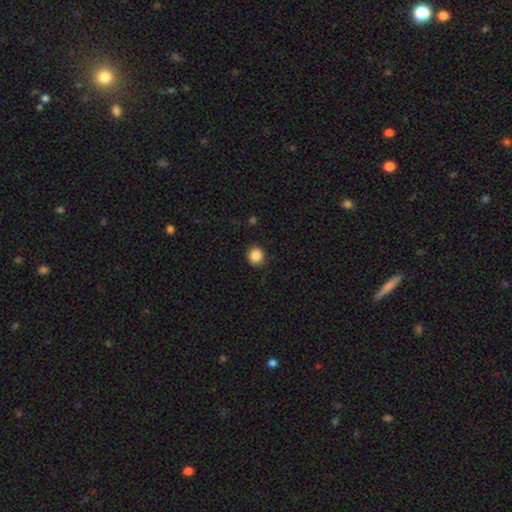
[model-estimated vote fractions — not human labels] Q: Smooth or featured?
A: smooth (86%); runner-up: star or artifact (10%)
Q: How rounded?
A: round (86%); runner-up: in between (13%)
Q: Merging?
A: none (90%); runner-up: minor disturbance (7%)